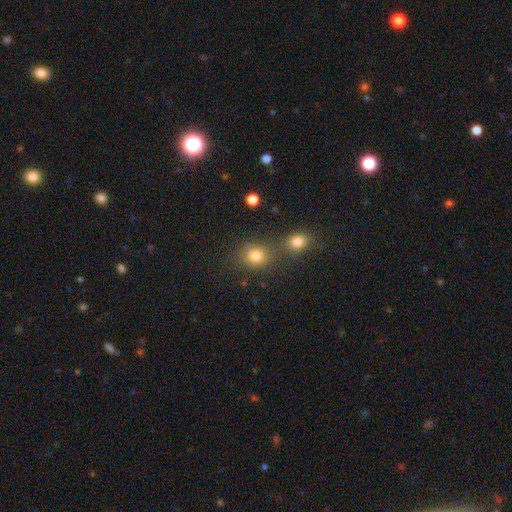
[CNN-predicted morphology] A smooth galaxy with no disk features (79%) that is round (76%).

Vote fractions:
- Smooth or featured? smooth: 79% / star or artifact: 14% / featured or disk: 7%
- How rounded? round: 76% / in between: 23% / cigar-shaped: 1%
- Merging? none: 60% / merger: 26% / minor disturbance: 10% / major disturbance: 4%